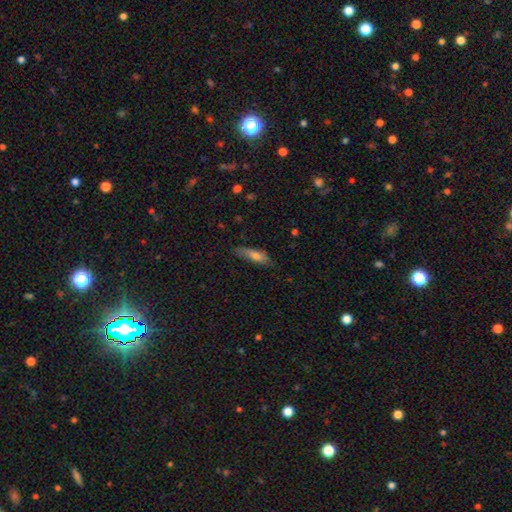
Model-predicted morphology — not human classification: Smooth or featured? Predicted: smooth (p=0.69). How rounded? Predicted: cigar-shaped (p=0.56). Merging? Predicted: none (p=0.68).